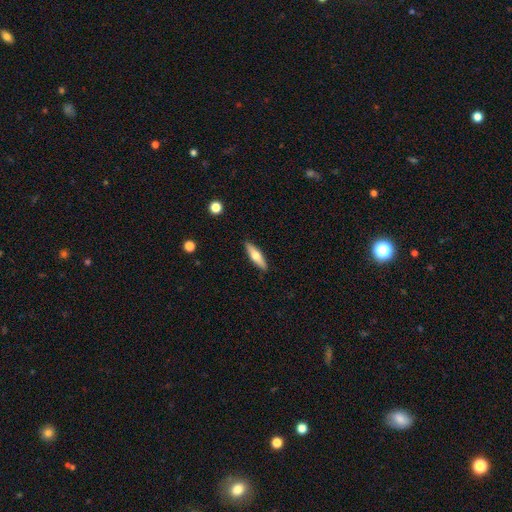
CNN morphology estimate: The model was most divided on "smooth or featured": smooth: 53%, featured or disk: 41%, star or artifact: 6%. More confident: merging — none (90%); how rounded — cigar-shaped (69%).